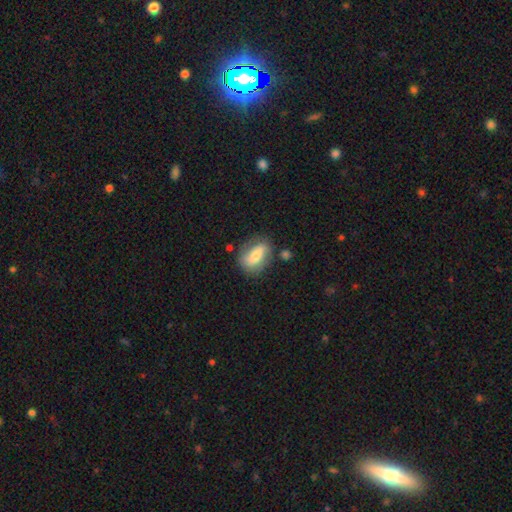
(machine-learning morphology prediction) Smooth or featured: smooth — 55% (featured or disk — 38%)
How rounded: in between — 78% (round — 17%)
Merging: none — 70% (minor disturbance — 19%)